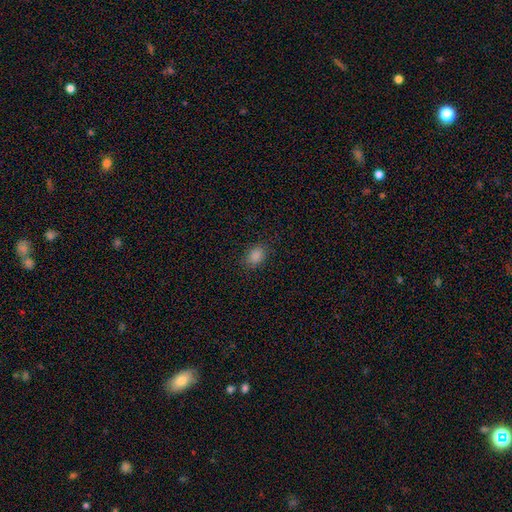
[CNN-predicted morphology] A smooth galaxy with no disk features (85%) that is in between round and cigar-shaped (74%).

Vote fractions:
- Smooth or featured? smooth: 85% / star or artifact: 11% / featured or disk: 4%
- How rounded? in between: 74% / round: 25% / cigar-shaped: 1%
- Merging? none: 84% / minor disturbance: 12% / major disturbance: 3% / merger: 1%